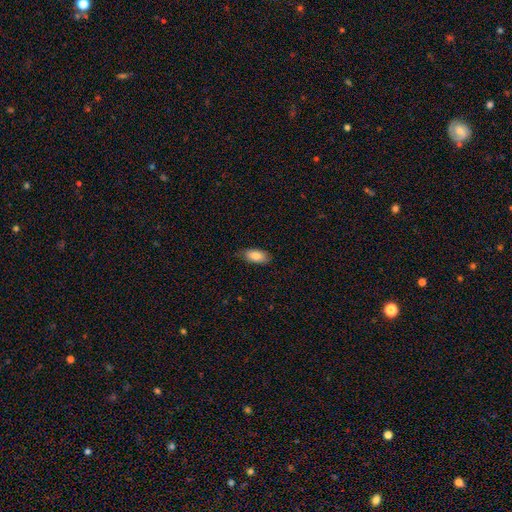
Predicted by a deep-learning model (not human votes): Q: Smooth or featured?
A: smooth (83%); runner-up: featured or disk (11%)
Q: How rounded?
A: in between (90%); runner-up: cigar-shaped (7%)
Q: Merging?
A: none (77%); runner-up: minor disturbance (19%)